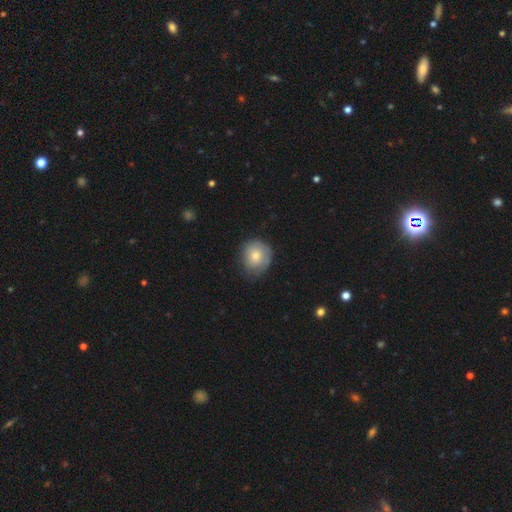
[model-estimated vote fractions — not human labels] This is likely a smooth galaxy (74%). How rounded: likely round (78%). Merging: likely none (66%).